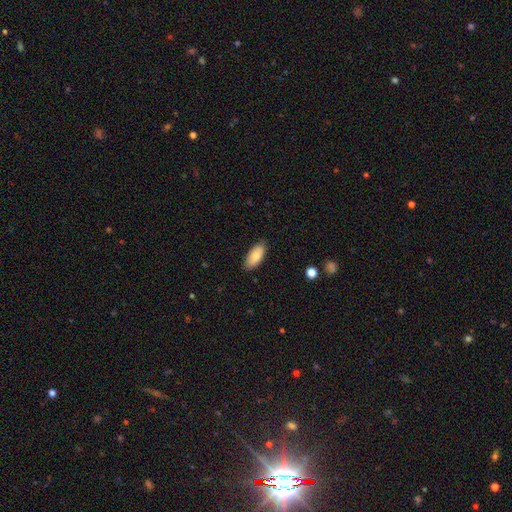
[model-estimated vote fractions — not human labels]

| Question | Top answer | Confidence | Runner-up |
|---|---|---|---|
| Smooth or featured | smooth | 83% | featured or disk (11%) |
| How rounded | in between | 88% | cigar-shaped (10%) |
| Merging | none | 85% | minor disturbance (12%) |